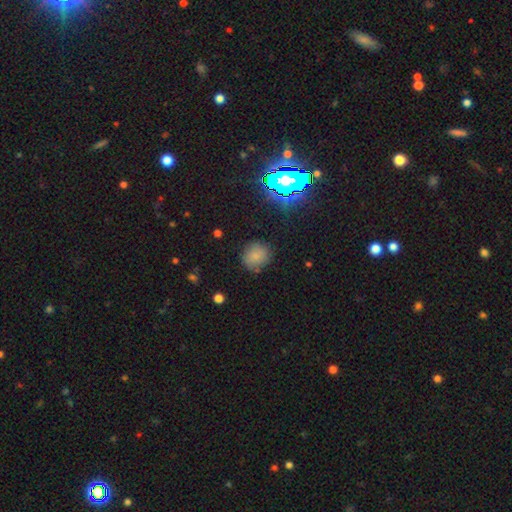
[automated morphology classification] Smooth or featured?
  - smooth: 75% *
  - star or artifact: 17%
  - featured or disk: 8%
How rounded?
  - round: 85% *
  - in between: 14%
  - cigar-shaped: 1%
Merging?
  - none: 81% *
  - minor disturbance: 13%
  - major disturbance: 4%
  - merger: 2%